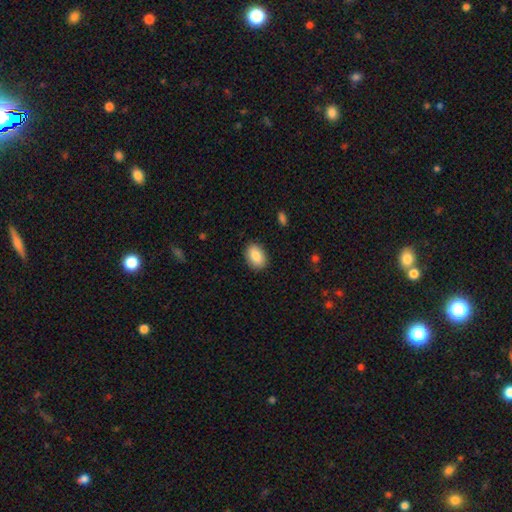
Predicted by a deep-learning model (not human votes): Q: Smooth or featured?
A: smooth (87%); runner-up: star or artifact (7%)
Q: How rounded?
A: in between (82%); runner-up: round (17%)
Q: Merging?
A: none (87%); runner-up: minor disturbance (9%)